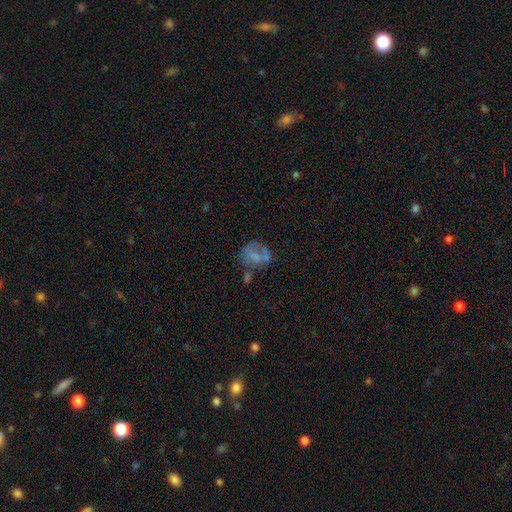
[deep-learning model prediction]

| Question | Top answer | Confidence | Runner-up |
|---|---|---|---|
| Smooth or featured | smooth | 47% | featured or disk (39%) |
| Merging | none | 39% | major disturbance (25%) |